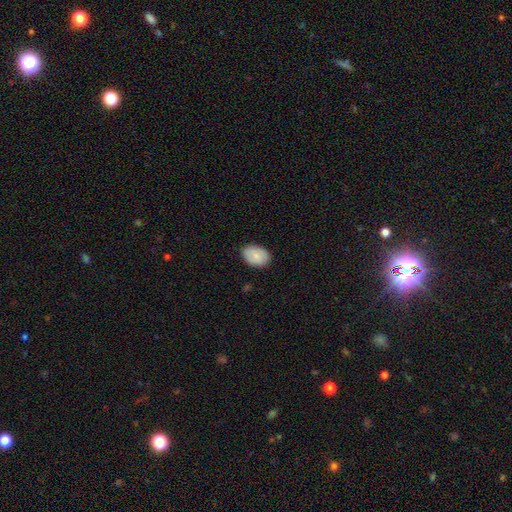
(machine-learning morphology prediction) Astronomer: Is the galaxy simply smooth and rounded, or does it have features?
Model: smooth — 85%.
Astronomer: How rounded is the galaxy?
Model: in between — 84%.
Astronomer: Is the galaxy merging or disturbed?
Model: none — 79%.